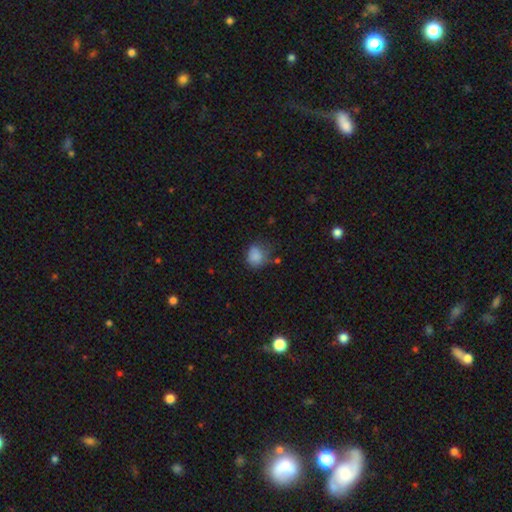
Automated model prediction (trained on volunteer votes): Smooth or featured? Predicted: smooth (p=0.83). How rounded? Predicted: round (p=0.69). Merging? Predicted: none (p=0.50).